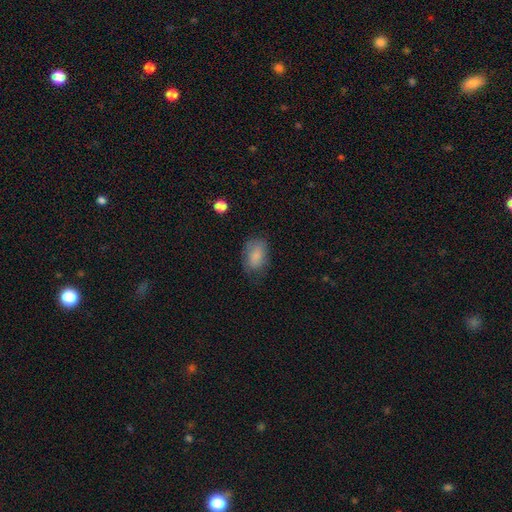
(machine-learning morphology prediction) Smooth or featured: smooth — 83% (featured or disk — 9%)
How rounded: in between — 89% (round — 9%)
Merging: none — 67% (minor disturbance — 23%)